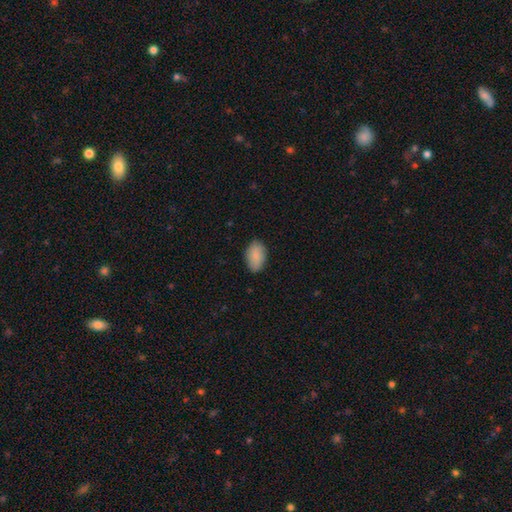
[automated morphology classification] A smooth galaxy with no disk features (88%) that is in between round and cigar-shaped (92%).

Vote fractions:
- Smooth or featured? smooth: 88% / star or artifact: 6% / featured or disk: 6%
- How rounded? in between: 92% / round: 7% / cigar-shaped: 1%
- Merging? none: 83% / minor disturbance: 13% / major disturbance: 2% / merger: 1%